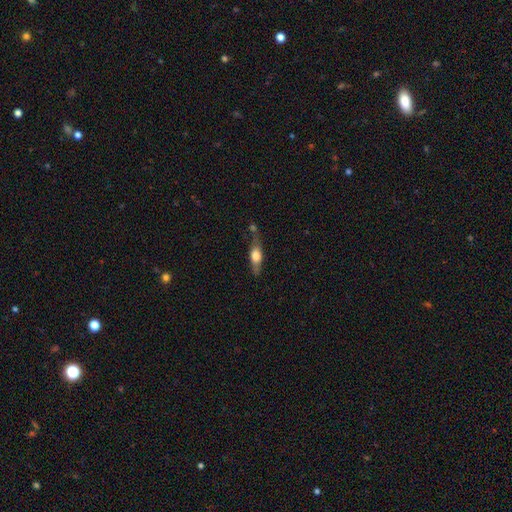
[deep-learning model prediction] Smooth or featured? smooth (49%)
Merging? none (57%)